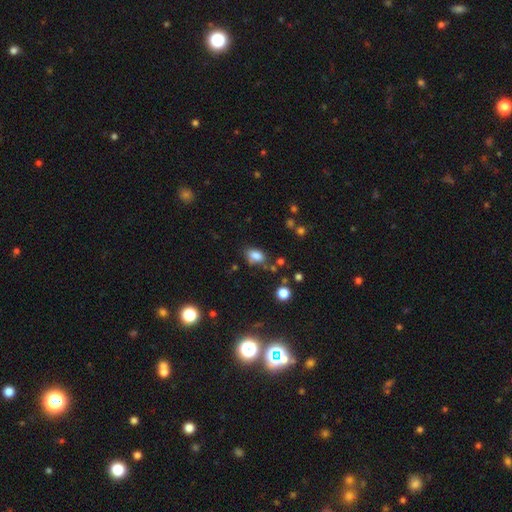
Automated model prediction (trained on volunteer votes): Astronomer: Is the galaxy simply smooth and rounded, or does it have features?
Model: smooth — 81%.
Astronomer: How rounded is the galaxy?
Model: in between — 84%.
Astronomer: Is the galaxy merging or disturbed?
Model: none — 64%.